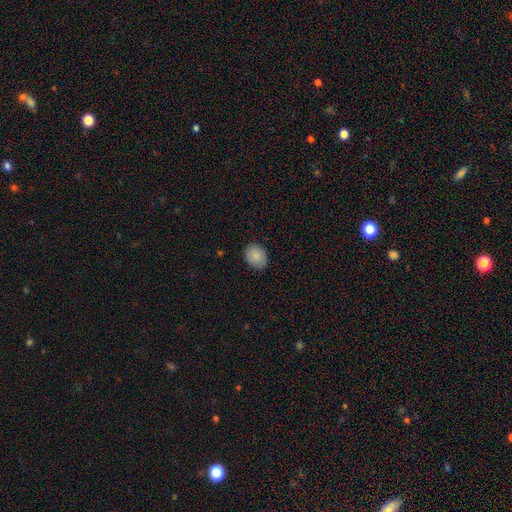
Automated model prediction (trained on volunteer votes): smooth_or_featured: smooth (p=0.87) [alt: star or artifact p=0.07]
how_rounded: in between (p=0.51) [alt: round p=0.48]
merging: none (p=0.83) [alt: minor disturbance p=0.14]